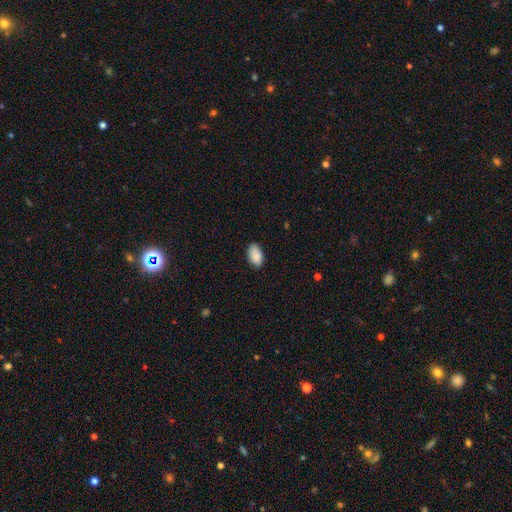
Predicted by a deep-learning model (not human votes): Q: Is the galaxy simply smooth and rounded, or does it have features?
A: smooth — 89%.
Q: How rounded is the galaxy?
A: in between — 94%.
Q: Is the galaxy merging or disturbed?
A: none — 82%.